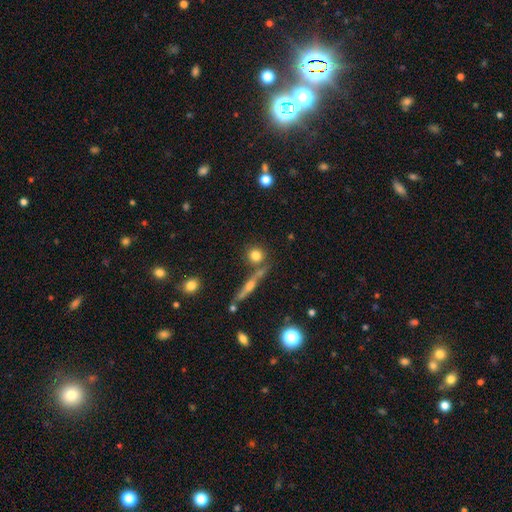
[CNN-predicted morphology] type=smooth (77%); roundness=round (86%); merging=none (70%).